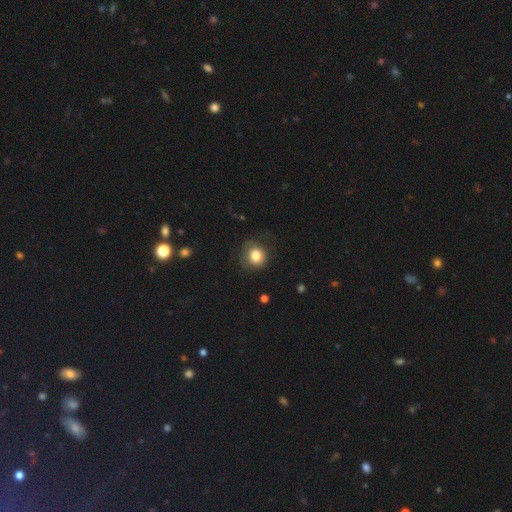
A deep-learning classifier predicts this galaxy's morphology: smooth-or-featured: smooth: 81% | featured or disk: 9% | star or artifact: 9%
  how-rounded: round: 83% | in between: 16% | cigar-shaped: 1%
  merging: none: 69% | minor disturbance: 21% | major disturbance: 9% | merger: 1%